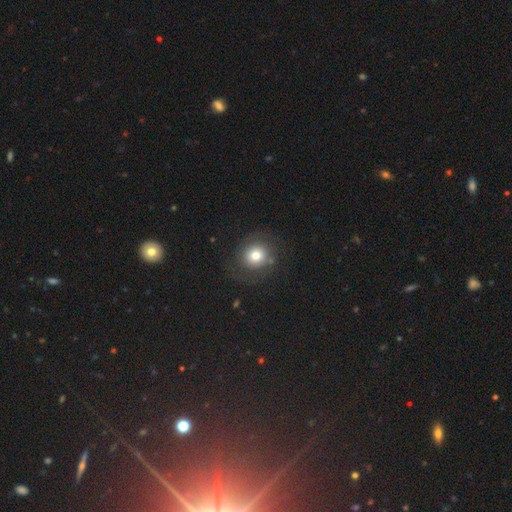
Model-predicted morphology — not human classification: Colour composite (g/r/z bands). It shows a smooth galaxy with no disk features (74%) that is round (83%). Merging: none (79%).